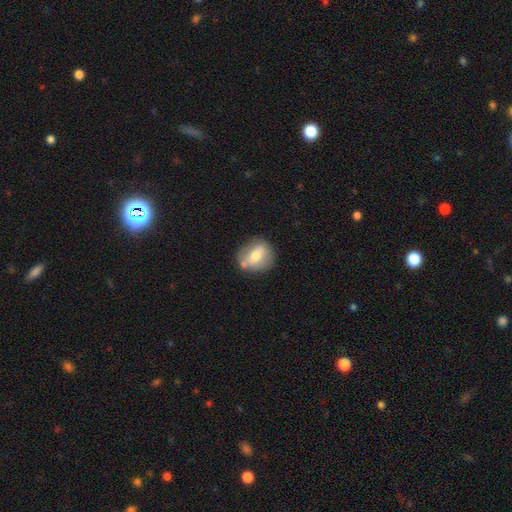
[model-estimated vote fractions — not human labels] This appears to be a smooth galaxy with no disk features (60%) that is round (66%). Merging: none (70%).